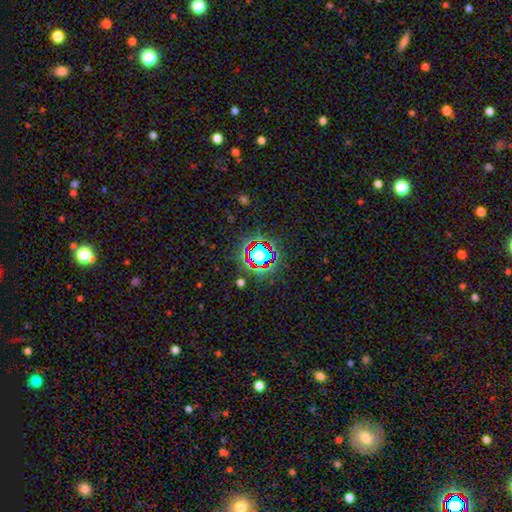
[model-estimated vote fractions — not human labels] star or artifact 62%, smooth 27%, featured or disk 11%.